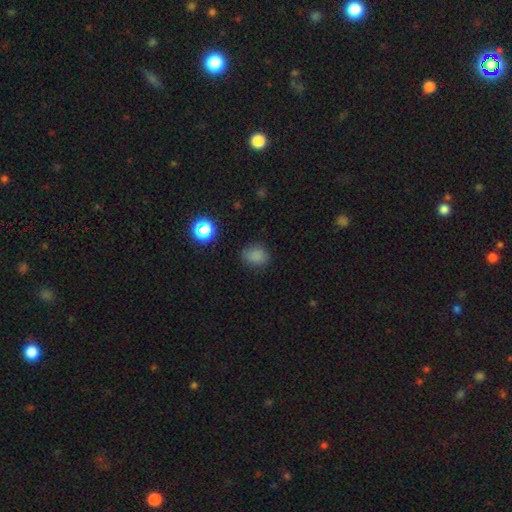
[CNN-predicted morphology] Q: Smooth or featured?
A: smooth (80%); runner-up: star or artifact (15%)
Q: How rounded?
A: in between (52%); runner-up: round (47%)
Q: Merging?
A: none (80%); runner-up: minor disturbance (15%)